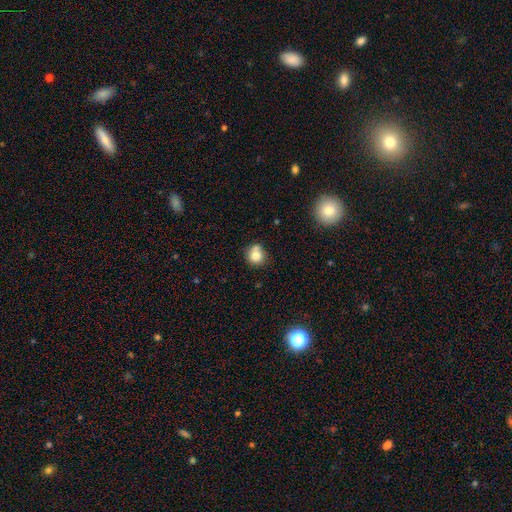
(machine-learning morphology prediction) smooth_or_featured: smooth (p=0.78) [alt: featured or disk p=0.11]
how_rounded: round (p=0.85) [alt: in between p=0.14]
merging: none (p=0.58) [alt: minor disturbance p=0.19]